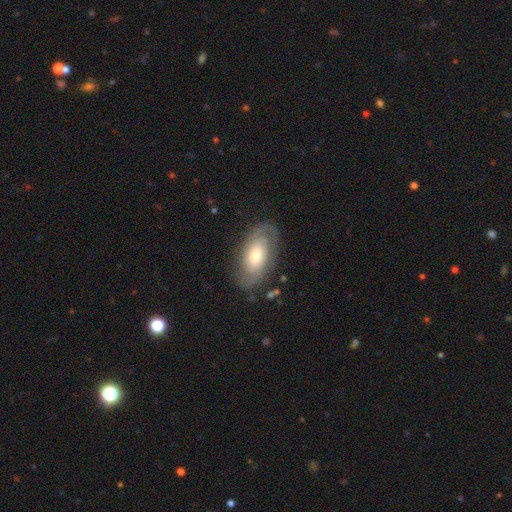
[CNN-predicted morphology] smooth_or_featured: featured or disk (p=0.69) [alt: smooth p=0.25]
disk_edge_on: no (p=0.93) [alt: yes p=0.07]
bar: no (p=0.70) [alt: weak p=0.23]
has_spiral_arms: yes (p=0.84) [alt: no p=0.16]
spiral_winding: tight (p=0.47) [alt: medium p=0.37]
spiral_arm_count: 2 (p=0.72) [alt: can't tell p=0.18]
bulge_size: moderate (p=0.57) [alt: small p=0.27]
merging: none (p=0.76) [alt: minor disturbance p=0.16]